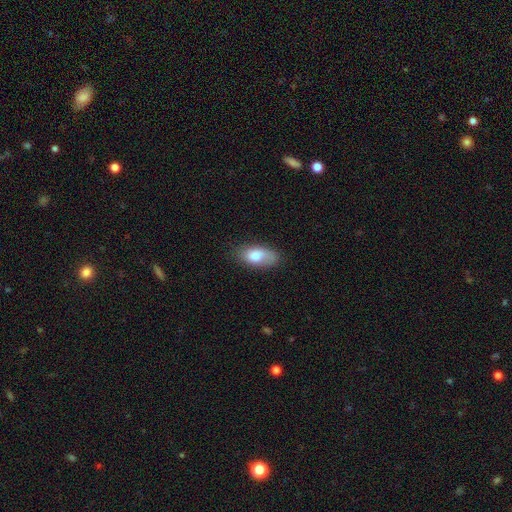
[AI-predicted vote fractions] A smooth galaxy with no disk features (78%) that is in between round and cigar-shaped (91%). Merging: none (64%).